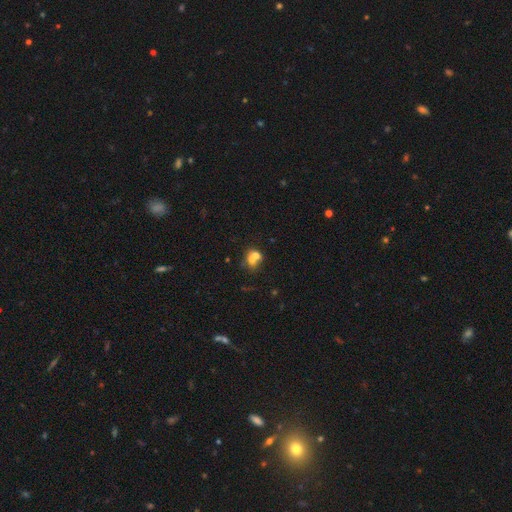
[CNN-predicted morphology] This appears to be a smooth galaxy with no disk features (63%) that is round (63%). Merging: merger (63%).